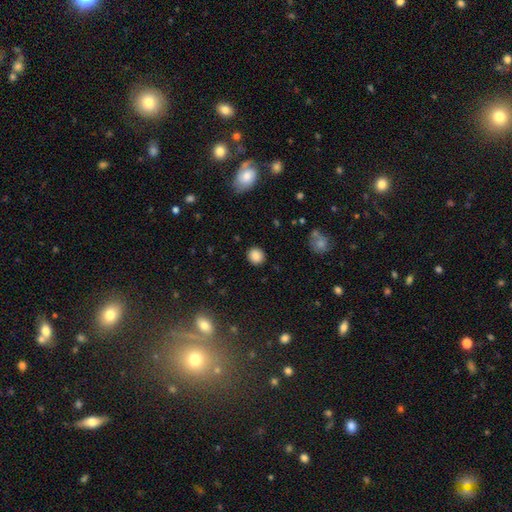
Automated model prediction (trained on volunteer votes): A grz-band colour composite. It shows a smooth galaxy with no disk features (86%) that is round (82%). Merging: none (90%).